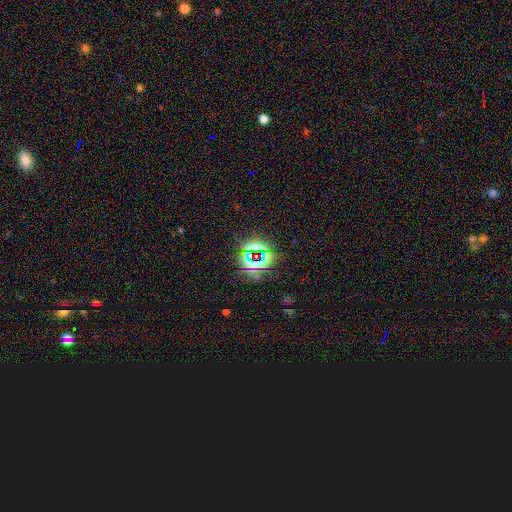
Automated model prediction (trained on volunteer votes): A star or artifact, not a galaxy (78%).

Vote fractions:
- Smooth or featured? star or artifact: 78% / smooth: 14% / featured or disk: 9%